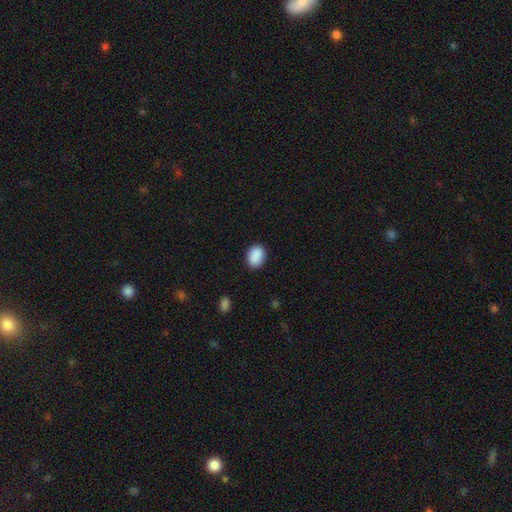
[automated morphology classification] type=smooth (90%); roundness=in between (74%); merging=none (86%).